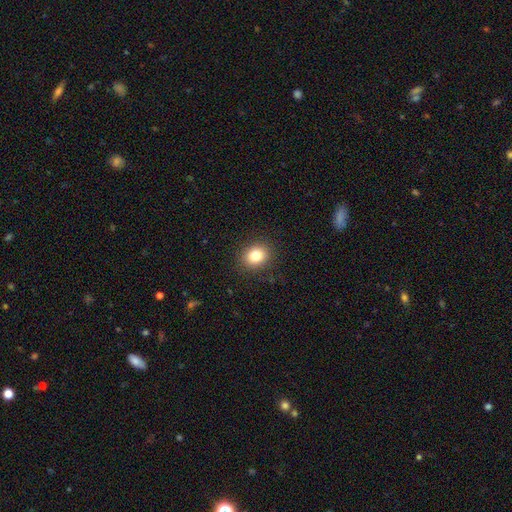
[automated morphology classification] smooth_or_featured: smooth (p=0.82) [alt: star or artifact p=0.11]
how_rounded: round (p=0.62) [alt: in between p=0.37]
merging: none (p=0.89) [alt: minor disturbance p=0.08]